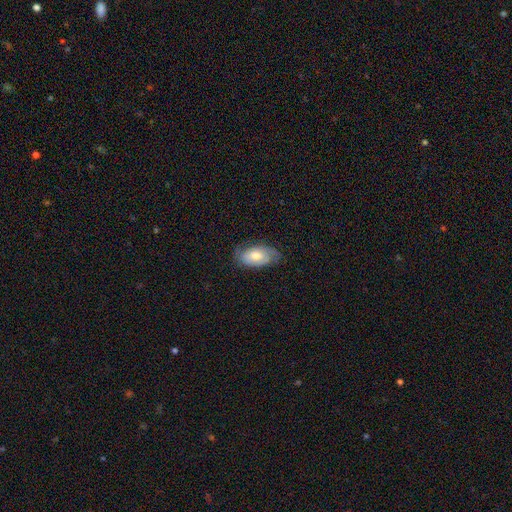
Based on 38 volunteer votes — smooth-or-featured: featured or disk: 61% | smooth: 39% | star or artifact: 0%
  disk-edge-on: no: 87% | yes: 13%
    bar: no: 70% | weak: 20% | strong: 10%
    has-spiral-arms: yes: 85% | no: 15%
      spiral-winding: tight: 65% | medium: 24% | loose: 12%
      spiral-arm-count: can't tell: 47% | 2: 41% | 3: 6% | more than 4: 6% | 1: 0% | 4: 0%
    bulge-size: moderate: 80% | large: 15% | small: 5% | dominant: 0% | none: 0%
  merging: none: 66% | minor disturbance: 26% | major disturbance: 8% | merger: 0%